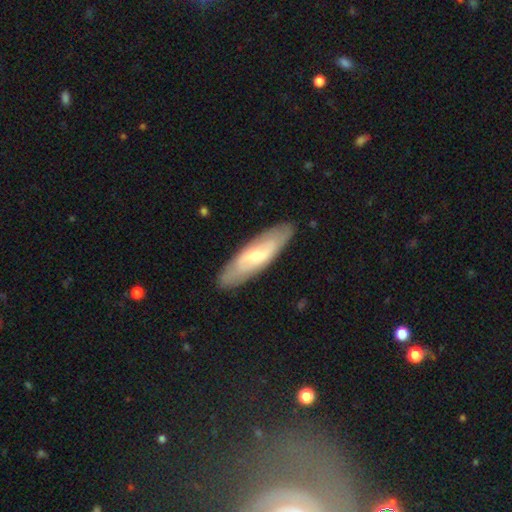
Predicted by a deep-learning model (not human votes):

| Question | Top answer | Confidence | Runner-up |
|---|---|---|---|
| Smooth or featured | featured or disk | 53% | smooth (42%) |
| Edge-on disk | no | 73% | yes (27%) |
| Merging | none | 86% | minor disturbance (11%) |